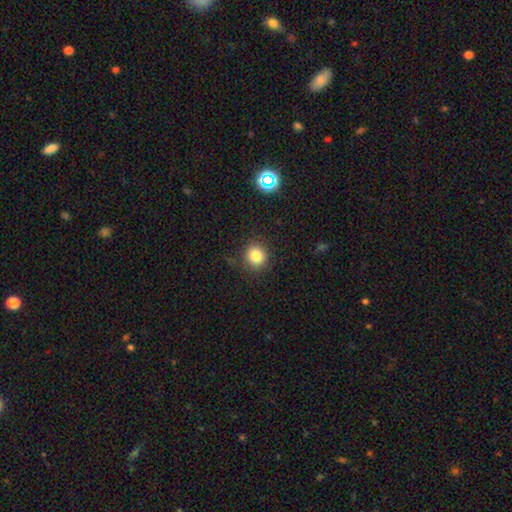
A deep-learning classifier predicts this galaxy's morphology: smooth 82%, star or artifact 12%, featured or disk 5%. Down the decision tree: how rounded — round (86%); merging — none (88%).